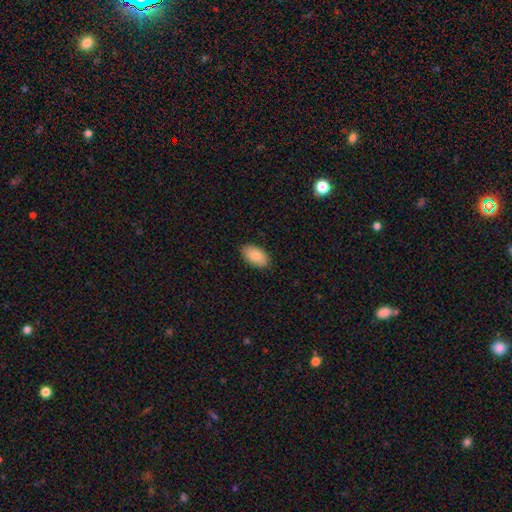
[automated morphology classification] type=smooth (85%); roundness=in between (95%); merging=none (88%).